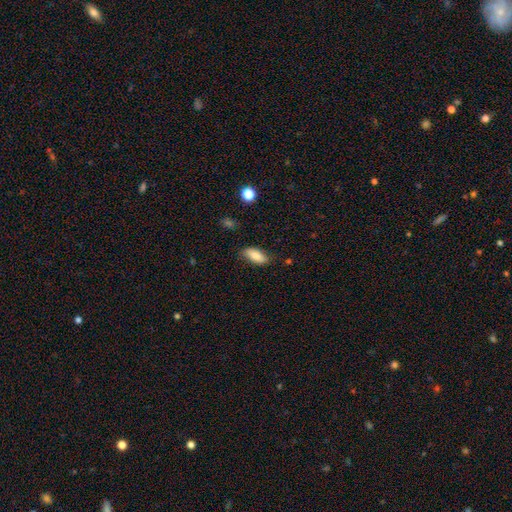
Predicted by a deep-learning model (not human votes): smooth_or_featured: smooth (p=0.82) [alt: featured or disk p=0.11]
how_rounded: in between (p=0.86) [alt: cigar-shaped p=0.11]
merging: none (p=0.79) [alt: minor disturbance p=0.17]